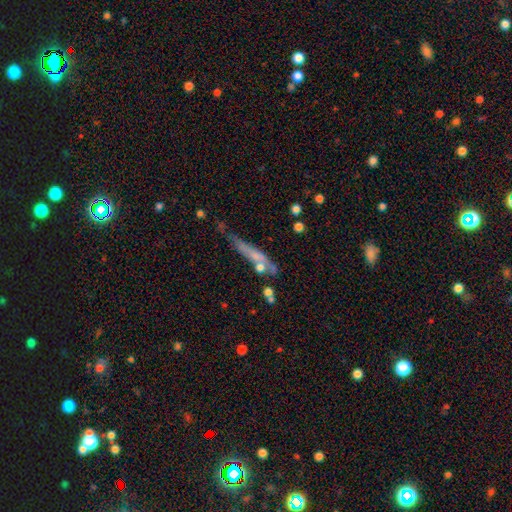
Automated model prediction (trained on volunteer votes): Smooth or featured? Predicted: smooth (p=0.45). Merging? Predicted: none (p=0.52).